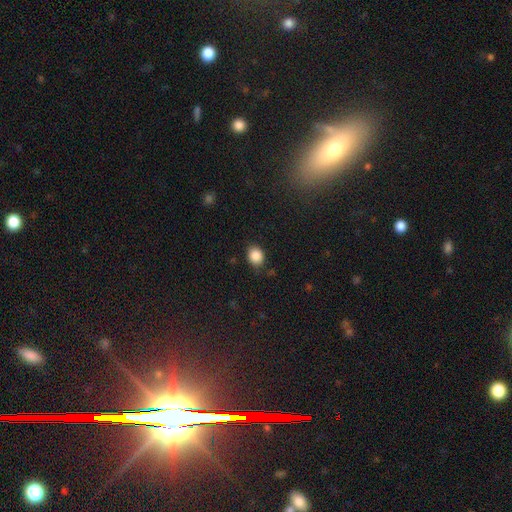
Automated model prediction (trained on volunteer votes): Overall: smooth (87%). How rounded: round (59%; in between 40%). Merging: none (80%).